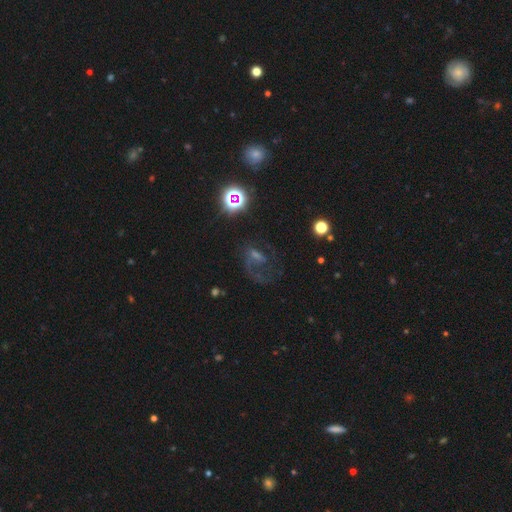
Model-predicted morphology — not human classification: Smooth or featured? featured or disk (57%)
Edge-on disk? no (96%)
Bar? no (46%)
Spiral arms? yes (77%)
Bulge size? small (41%)
Merging? none (44%)